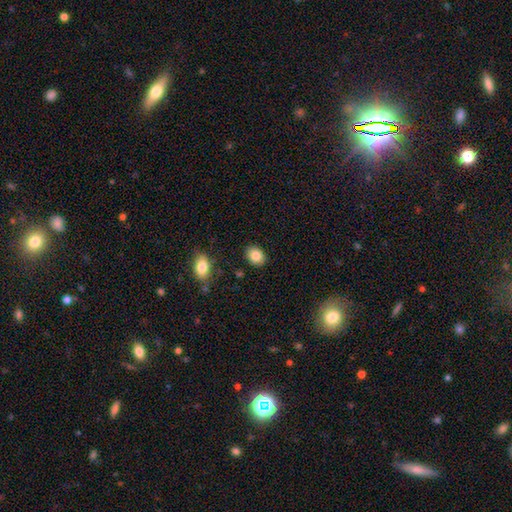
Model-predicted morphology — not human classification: The model was most divided on "how rounded": in between: 69%, round: 30%, cigar-shaped: 1%. More confident: merging — none (86%); smooth or featured — smooth (85%).